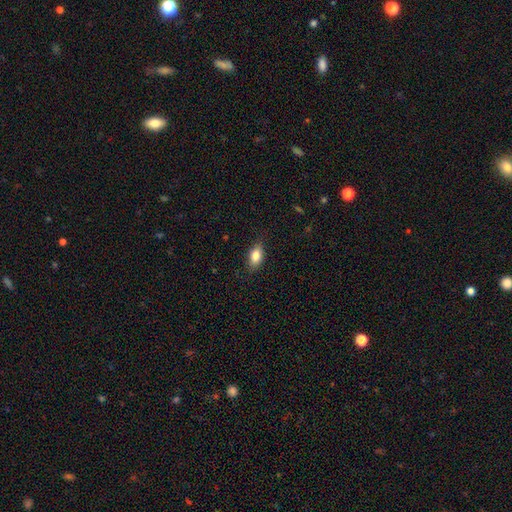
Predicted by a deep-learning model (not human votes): Overall: smooth (83%). How rounded: in between (87%). Merging: none (83%).